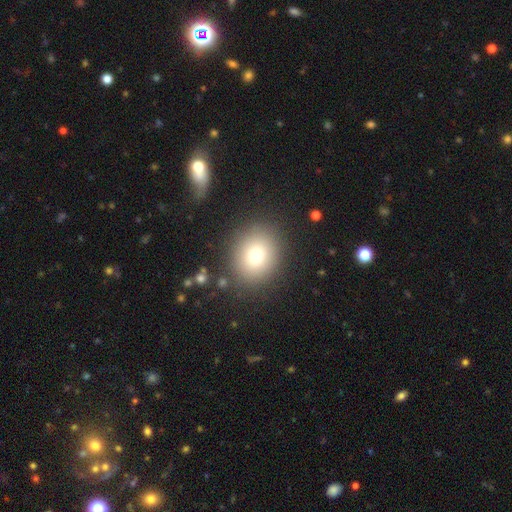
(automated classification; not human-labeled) Smooth or featured: smooth — 79% (star or artifact — 11%)
How rounded: round — 67% (in between — 32%)
Merging: none — 86% (minor disturbance — 8%)